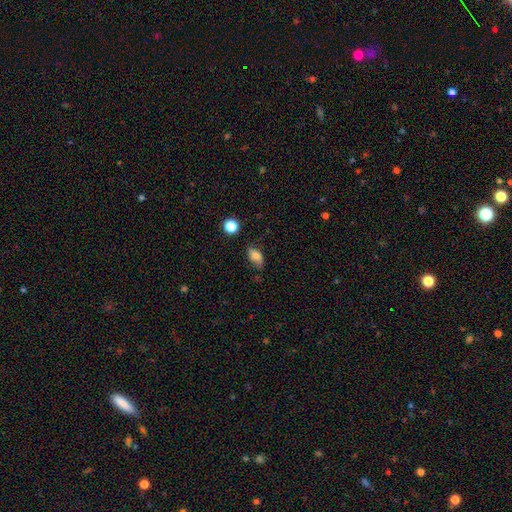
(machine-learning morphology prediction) This is likely a smooth galaxy (70%). How rounded: clearly in between (85%). Merging: likely none (61%).